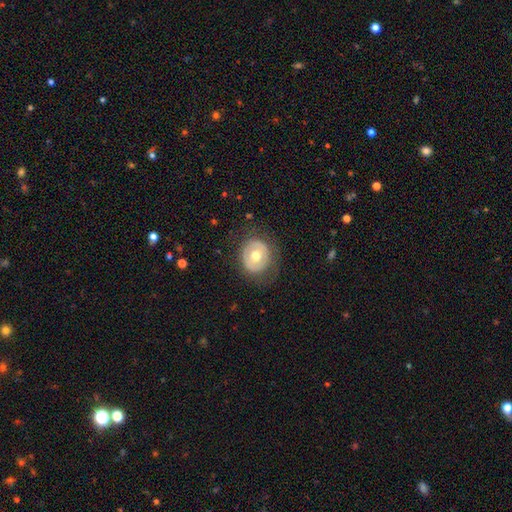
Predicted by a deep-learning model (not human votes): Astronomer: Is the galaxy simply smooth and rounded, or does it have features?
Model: smooth — 47% (runner-up: featured or disk, 46%).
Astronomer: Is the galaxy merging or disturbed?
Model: none — 76%.